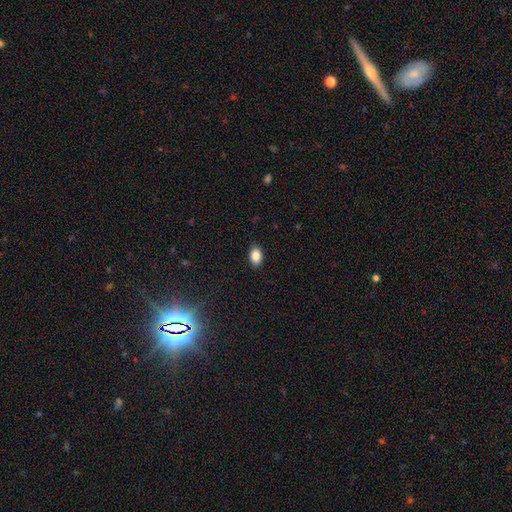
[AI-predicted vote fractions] This appears to be a smooth galaxy with no disk features (87%) that is in between round and cigar-shaped (87%). Merging: none (88%).